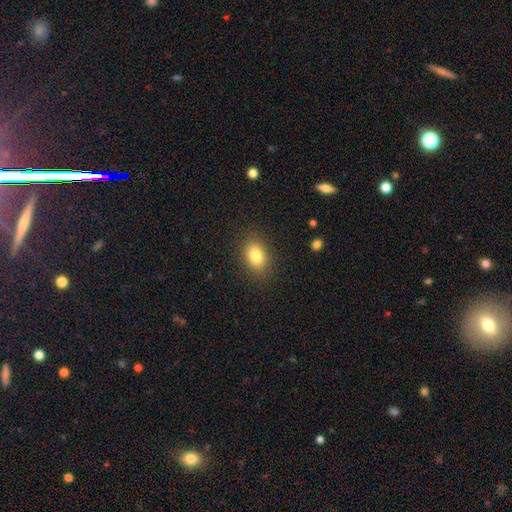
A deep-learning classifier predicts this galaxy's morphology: Q: Smooth or featured?
A: smooth (82%); runner-up: star or artifact (9%)
Q: How rounded?
A: in between (78%); runner-up: round (21%)
Q: Merging?
A: none (86%); runner-up: minor disturbance (10%)